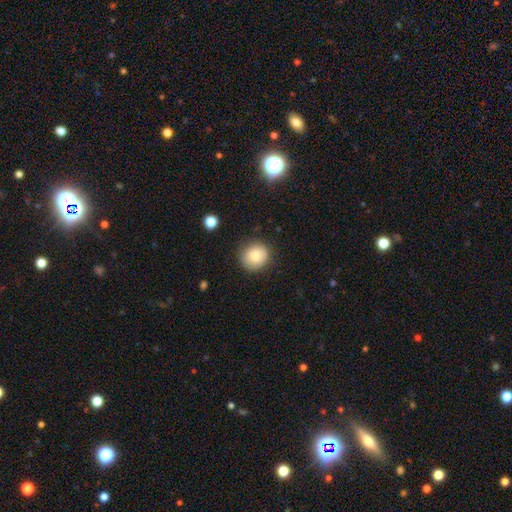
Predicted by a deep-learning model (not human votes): Q: Smooth or featured?
A: smooth (84%); runner-up: star or artifact (9%)
Q: How rounded?
A: round (87%); runner-up: in between (12%)
Q: Merging?
A: none (85%); runner-up: minor disturbance (11%)